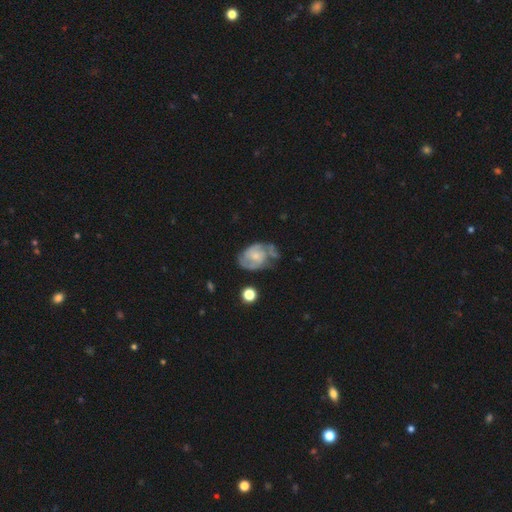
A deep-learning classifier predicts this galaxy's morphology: Q: Smooth or featured?
A: featured or disk (68%); runner-up: smooth (26%)
Q: Edge-on disk?
A: no (97%); runner-up: yes (3%)
Q: Bar?
A: no (67%); runner-up: weak (28%)
Q: Spiral arms?
A: yes (81%); runner-up: no (19%)
Q: Spiral winding?
A: medium (43%); runner-up: tight (39%)
Q: Spiral arm count?
A: 2 (57%); runner-up: can't tell (26%)
Q: Bulge size?
A: small (57%); runner-up: moderate (27%)
Q: Merging?
A: none (46%); runner-up: minor disturbance (29%)